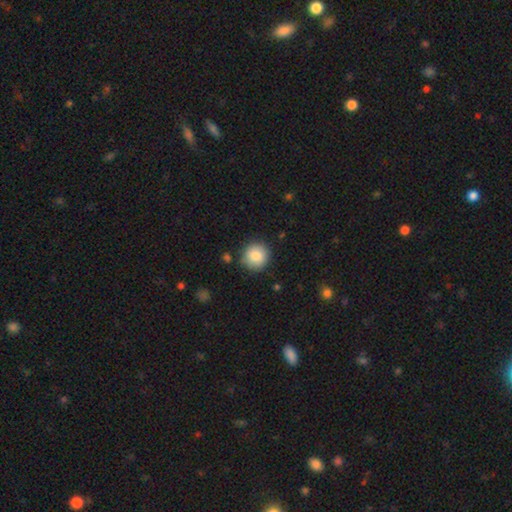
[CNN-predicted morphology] type=smooth (85%); roundness=round (93%); merging=none (87%).